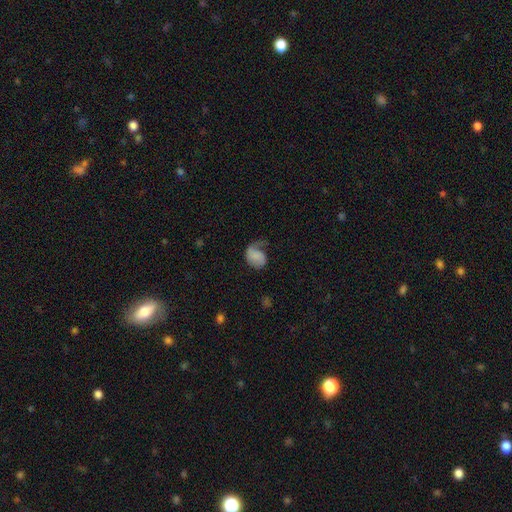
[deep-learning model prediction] A smooth galaxy with no disk features (52%) that is in between round and cigar-shaped (57%). Merging: major disturbance (41%).